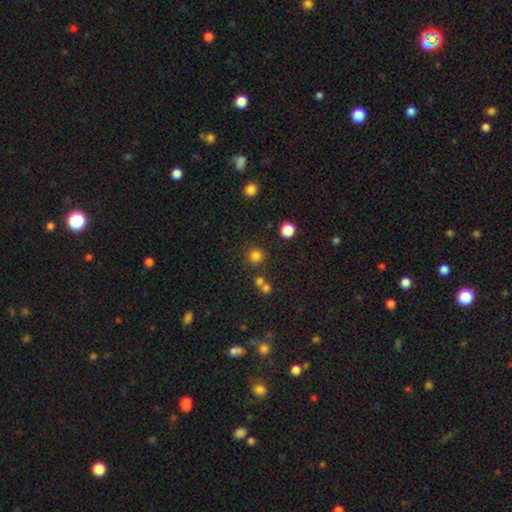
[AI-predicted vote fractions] Morphology: type=smooth (79%); roundness=round (93%); merging=none (80%).